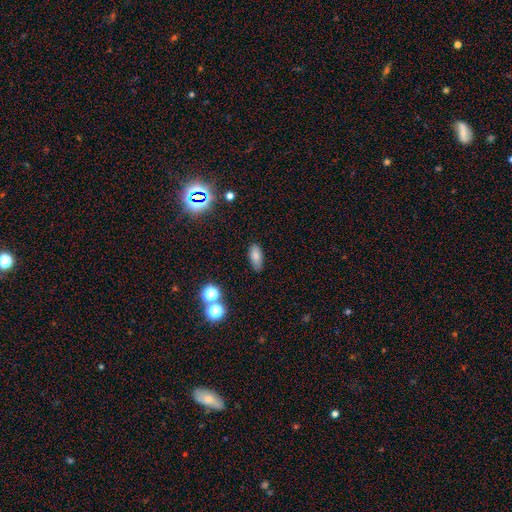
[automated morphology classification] Smooth or featured?
  - smooth: 80% *
  - star or artifact: 12%
  - featured or disk: 8%
How rounded?
  - in between: 83% *
  - cigar-shaped: 13%
  - round: 4%
Merging?
  - none: 82% *
  - minor disturbance: 13%
  - major disturbance: 3%
  - merger: 2%